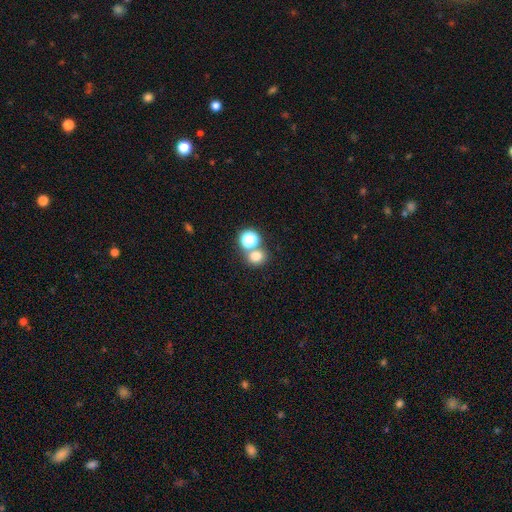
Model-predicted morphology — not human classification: Smooth or featured? Predicted: smooth (p=0.73). How rounded? Predicted: round (p=0.76). Merging? Predicted: none (p=0.56).